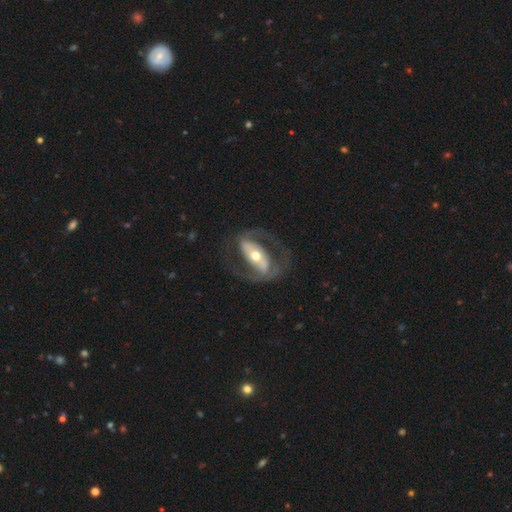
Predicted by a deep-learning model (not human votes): featured or disk 84%, smooth 12%, star or artifact 4%. Down the decision tree: edge-on disk — no (93%); bar — strong (58%); spiral arms — yes (81%); spiral arm count — 2 (88%); spiral winding — medium (51%); bulge size — moderate (65%); merging — none (70%).